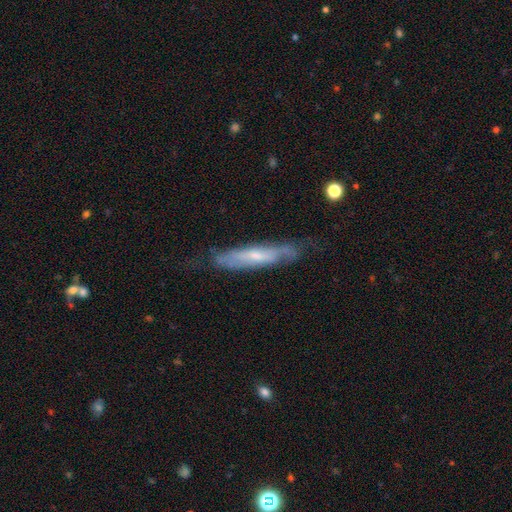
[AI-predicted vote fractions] Overall: featured or disk (63%; smooth 31%). Edge-on disk: yes (58%; no 42%). Merging: none (64%; minor disturbance 25%).